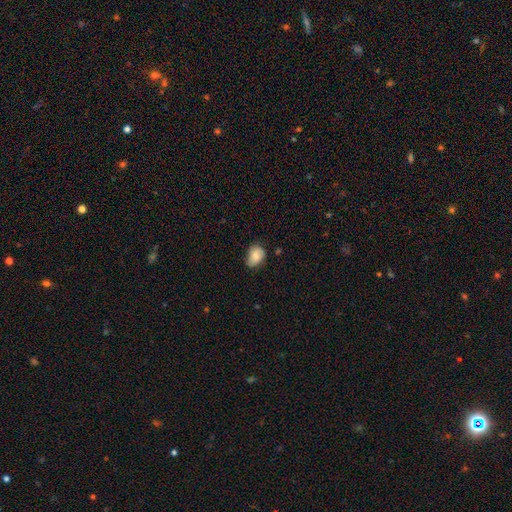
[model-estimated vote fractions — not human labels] smooth_or_featured: smooth (p=0.77) [alt: featured or disk p=0.15]
how_rounded: in between (p=0.68) [alt: round p=0.31]
merging: none (p=0.60) [alt: minor disturbance p=0.32]